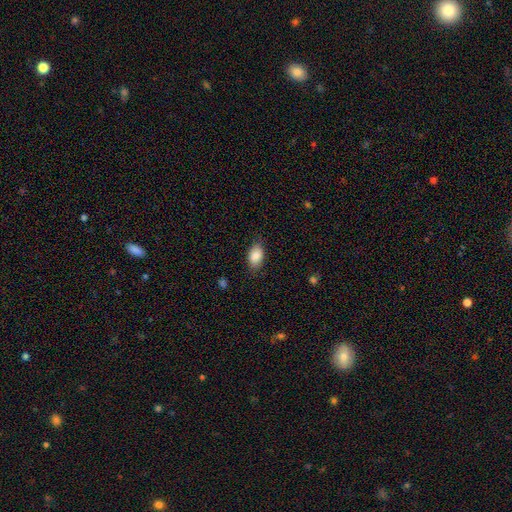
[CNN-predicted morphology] Smooth or featured?
  - smooth: 86% *
  - star or artifact: 7%
  - featured or disk: 7%
How rounded?
  - in between: 92% *
  - round: 6%
  - cigar-shaped: 2%
Merging?
  - none: 81% *
  - minor disturbance: 15%
  - major disturbance: 3%
  - merger: 1%